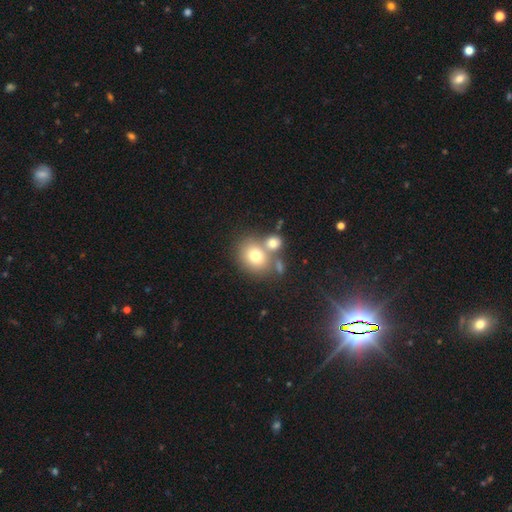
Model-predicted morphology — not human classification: Smooth or featured? smooth (74%)
How rounded? round (62%)
Merging? none (48%)